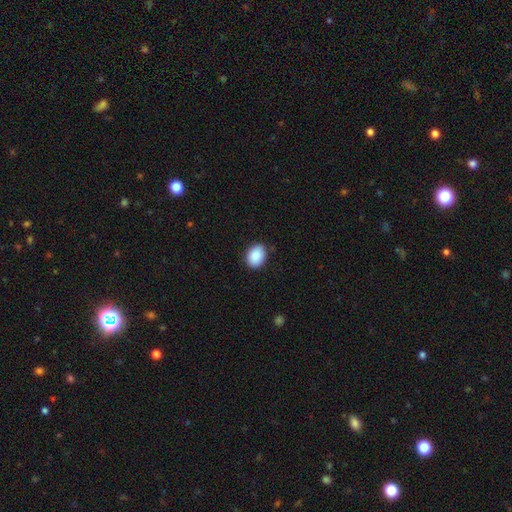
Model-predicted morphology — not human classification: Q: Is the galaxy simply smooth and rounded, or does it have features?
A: smooth — 89%.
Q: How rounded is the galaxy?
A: in between — 68%.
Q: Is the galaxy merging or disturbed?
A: none — 85%.